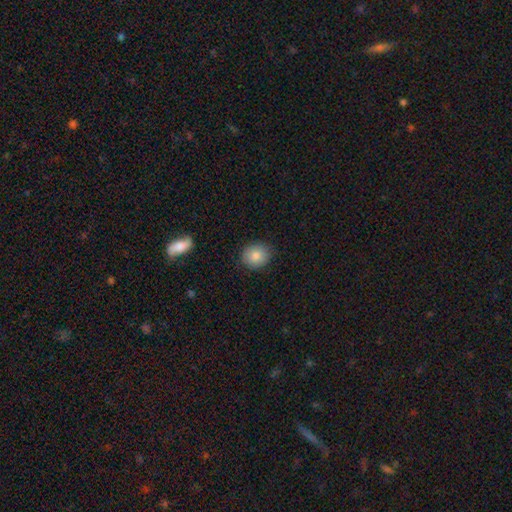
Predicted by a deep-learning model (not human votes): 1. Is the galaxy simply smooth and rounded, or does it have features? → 83% smooth, 9% star or artifact, 8% featured or disk.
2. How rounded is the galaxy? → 73% round, 26% in between, 1% cigar-shaped.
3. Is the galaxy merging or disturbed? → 87% none, 10% minor disturbance, 2% major disturbance, 1% merger.